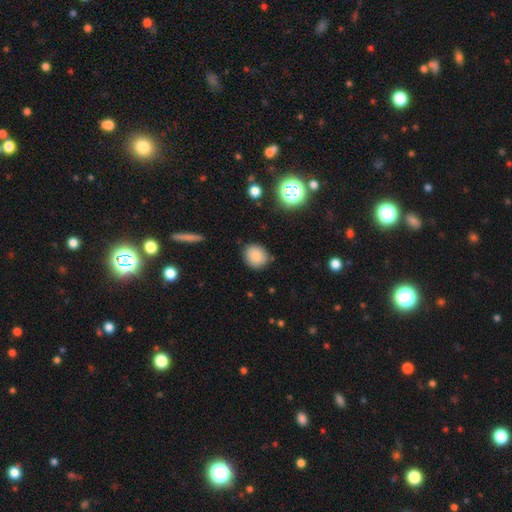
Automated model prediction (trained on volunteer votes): Overall: smooth (85%). How rounded: round (78%). Merging: none (85%).